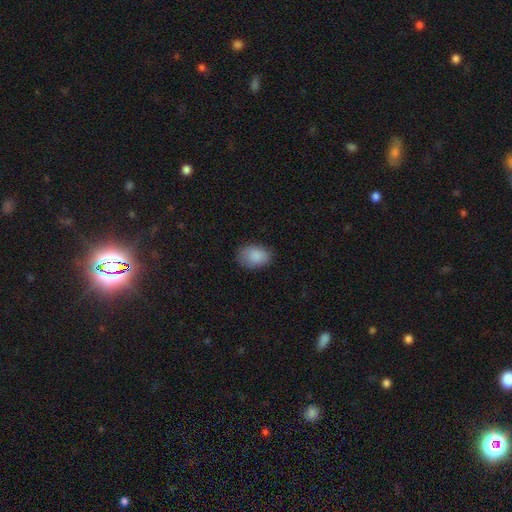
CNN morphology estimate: smooth-or-featured: smooth: 88% | star or artifact: 7% | featured or disk: 5%
  how-rounded: in between: 75% | round: 24% | cigar-shaped: 1%
  merging: none: 79% | minor disturbance: 16% | major disturbance: 4% | merger: 1%